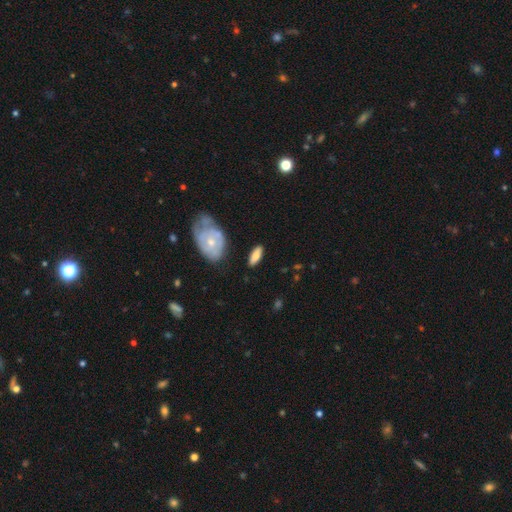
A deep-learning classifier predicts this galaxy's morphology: smooth_or_featured: smooth (p=0.71) [alt: featured or disk p=0.23]
how_rounded: in between (p=0.75) [alt: cigar-shaped p=0.22]
merging: none (p=0.80) [alt: minor disturbance p=0.14]